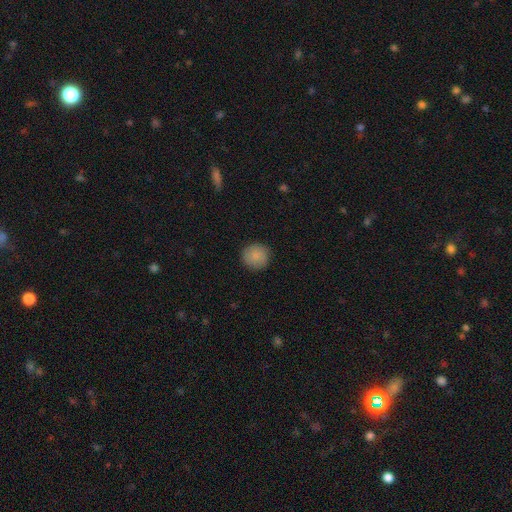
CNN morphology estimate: smooth_or_featured: smooth (p=0.87) [alt: star or artifact p=0.08]
how_rounded: round (p=0.94) [alt: in between p=0.05]
merging: none (p=0.89) [alt: minor disturbance p=0.08]